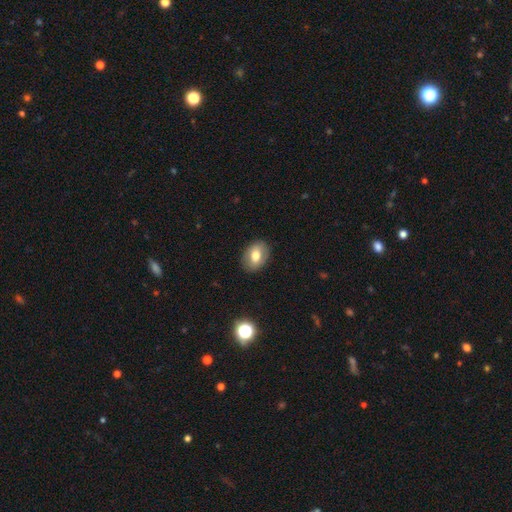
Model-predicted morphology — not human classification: This is likely a smooth galaxy (70%). How rounded: likely in between (77%). Merging: clearly none (86%).